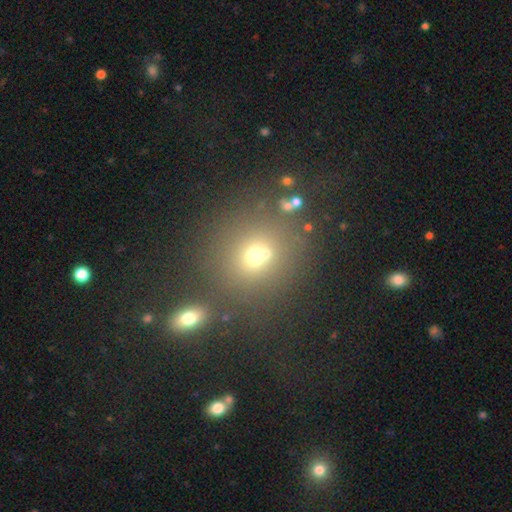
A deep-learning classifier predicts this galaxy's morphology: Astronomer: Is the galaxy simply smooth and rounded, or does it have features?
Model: smooth — 62%.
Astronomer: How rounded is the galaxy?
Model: round — 83%.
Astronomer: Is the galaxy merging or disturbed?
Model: none — 61%.